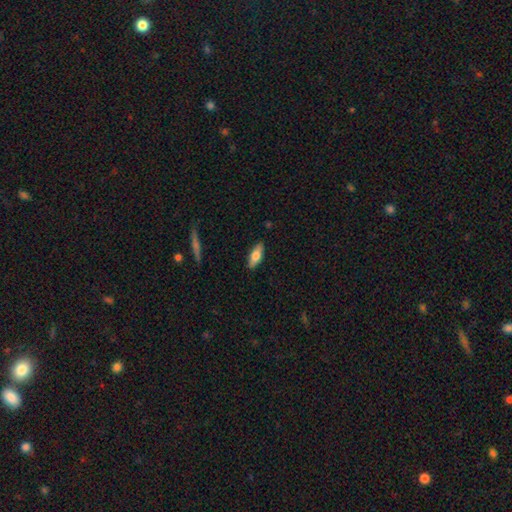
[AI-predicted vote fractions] smooth 67%, featured or disk 27%, star or artifact 6%. Down the decision tree: how rounded — in between (68%); merging — none (88%).